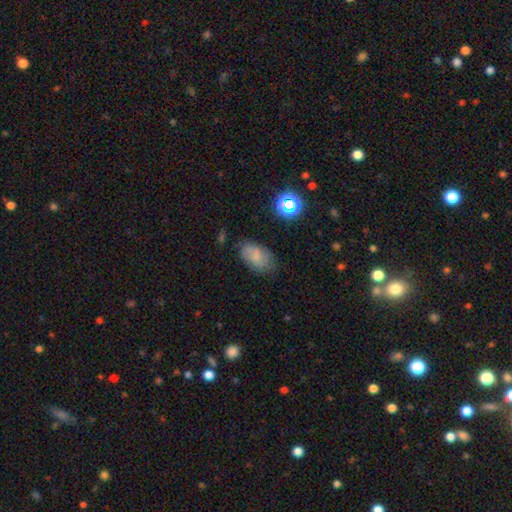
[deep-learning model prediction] Overall: smooth (67%). How rounded: in between (90%). Merging: none (71%).